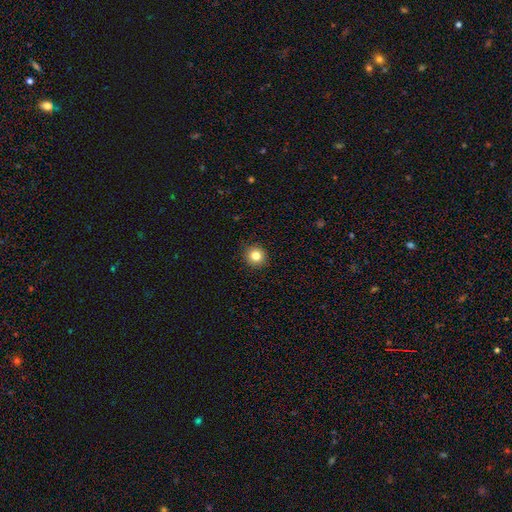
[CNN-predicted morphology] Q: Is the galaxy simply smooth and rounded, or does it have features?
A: smooth — 82%.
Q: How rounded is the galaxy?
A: round — 93%.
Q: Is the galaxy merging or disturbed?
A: none — 92%.